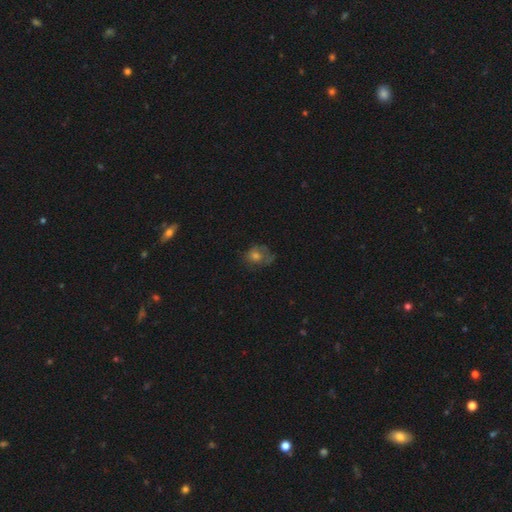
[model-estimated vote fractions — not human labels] Smooth or featured?
  - smooth: 52% *
  - featured or disk: 30%
  - star or artifact: 19%
How rounded?
  - in between: 49% * (tied)
  - round: 49% * (tied)
  - cigar-shaped: 1%
Merging?
  - none: 48% *
  - minor disturbance: 27%
  - major disturbance: 22%
  - merger: 3%